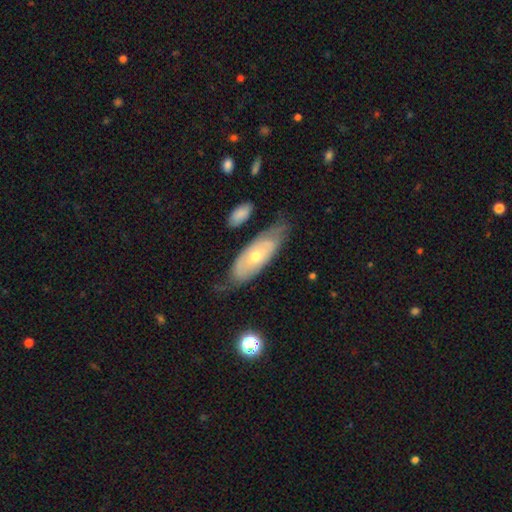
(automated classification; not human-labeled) A featured or disk galaxy (53%). Merging: none (61%).